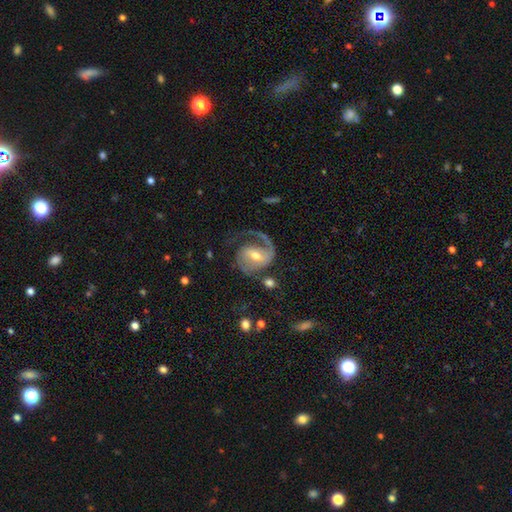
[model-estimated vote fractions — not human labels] smooth_or_featured: featured or disk (p=0.86) [alt: smooth p=0.09]
disk_edge_on: no (p=0.98) [alt: yes p=0.02]
bar: weak (p=0.50) [alt: no p=0.27]
has_spiral_arms: yes (p=0.96) [alt: no p=0.04]
spiral_winding: medium (p=0.47) [alt: tight p=0.28]
spiral_arm_count: 1 (p=0.57) [alt: 2 p=0.36]
bulge_size: moderate (p=0.60) [alt: small p=0.34]
merging: none (p=0.53) [alt: major disturbance p=0.27]